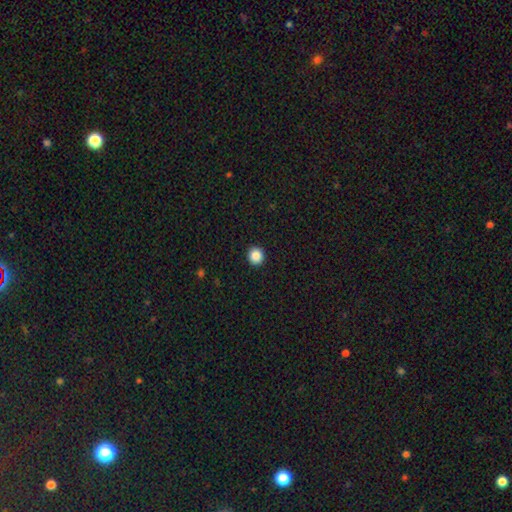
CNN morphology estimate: This is clearly a smooth galaxy (87%). How rounded: clearly round (92%). Merging: clearly none (93%).